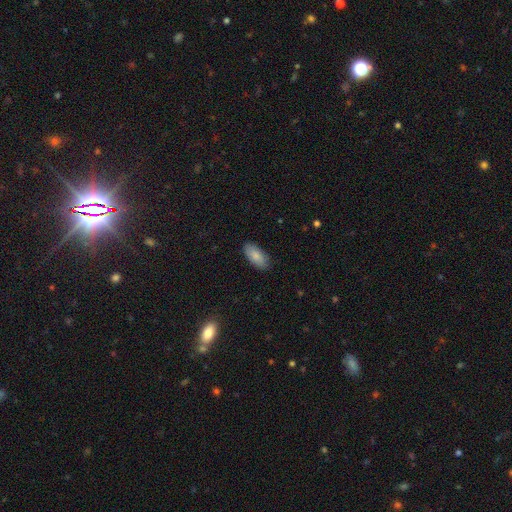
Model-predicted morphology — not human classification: Q: Smooth or featured?
A: smooth (85%); runner-up: featured or disk (9%)
Q: How rounded?
A: in between (89%); runner-up: cigar-shaped (9%)
Q: Merging?
A: none (87%); runner-up: minor disturbance (10%)